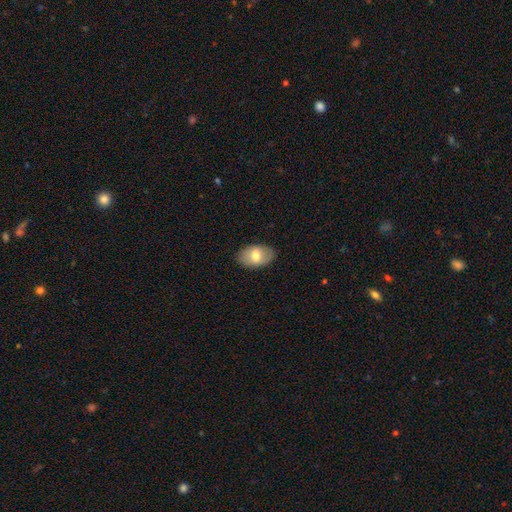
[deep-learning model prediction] smooth_or_featured: smooth (p=0.63) [alt: featured or disk p=0.30]
how_rounded: in between (p=0.89) [alt: round p=0.10]
merging: none (p=0.85) [alt: minor disturbance p=0.11]